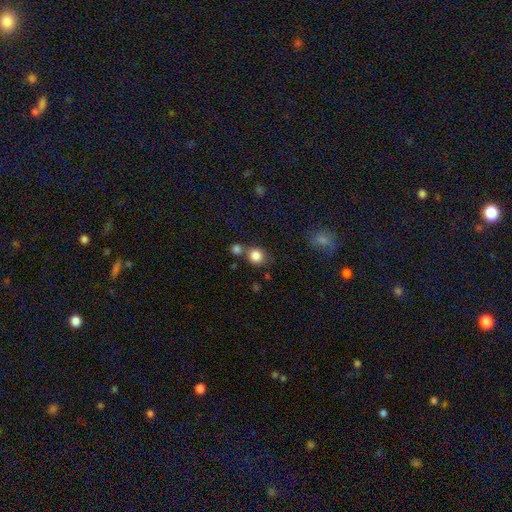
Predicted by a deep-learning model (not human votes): A smooth galaxy with no disk features (84%) that is round (80%). Merging: none (60%).